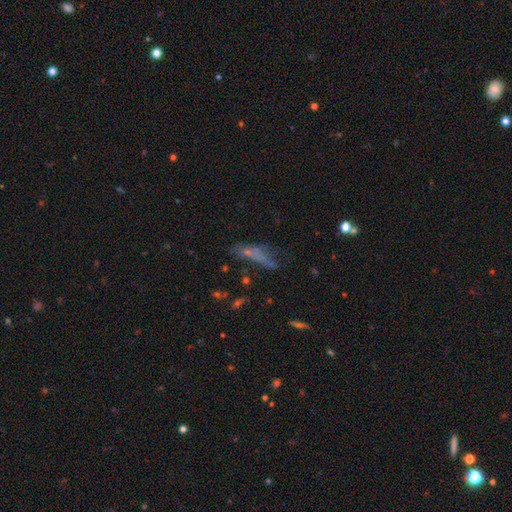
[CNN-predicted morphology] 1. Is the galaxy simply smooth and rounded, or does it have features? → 45% smooth, 28% featured or disk, 27% star or artifact.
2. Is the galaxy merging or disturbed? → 45% none, 25% major disturbance, 22% minor disturbance, 8% merger.